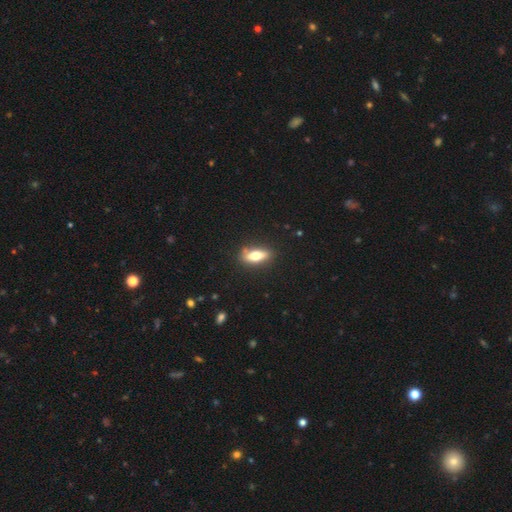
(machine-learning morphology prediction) Smooth or featured?
  - smooth: 64% *
  - featured or disk: 30%
  - star or artifact: 7%
How rounded?
  - in between: 67% *
  - cigar-shaped: 29%
  - round: 4%
Merging?
  - none: 81% *
  - minor disturbance: 13%
  - major disturbance: 3%
  - merger: 3%